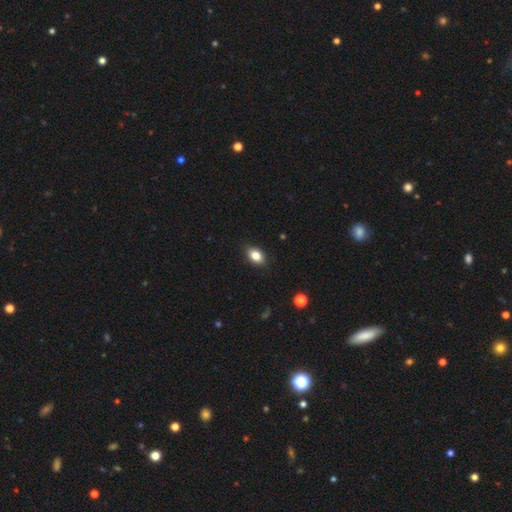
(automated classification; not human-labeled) This is clearly a smooth galaxy (83%). How rounded: clearly in between (82%). Merging: clearly none (87%).